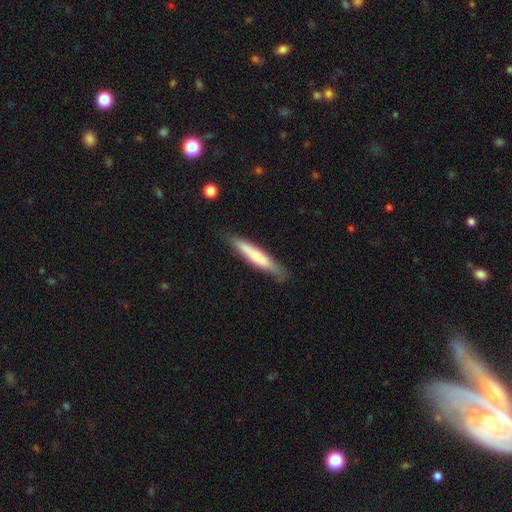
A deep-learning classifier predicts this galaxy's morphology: smooth 64%, featured or disk 31%, star or artifact 5%. Down the decision tree: how rounded — cigar-shaped (92%); merging — none (80%).